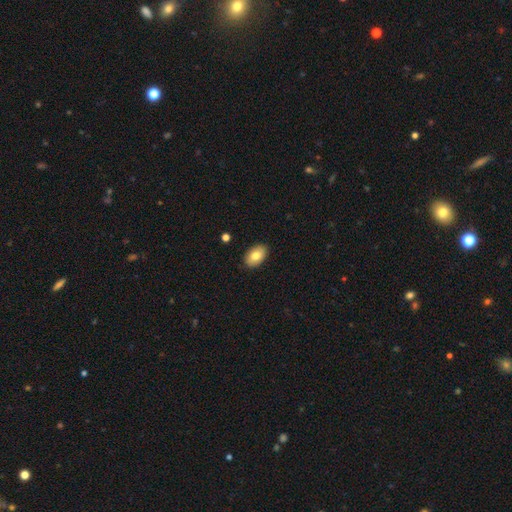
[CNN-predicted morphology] smooth_or_featured: smooth (p=0.80) [alt: featured or disk p=0.13]
how_rounded: in between (p=0.92) [alt: round p=0.07]
merging: none (p=0.89) [alt: minor disturbance p=0.08]